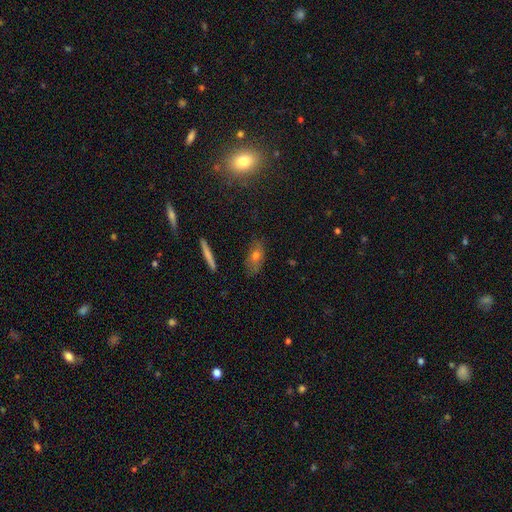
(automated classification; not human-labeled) smooth-or-featured: smooth: 62% | featured or disk: 26% | star or artifact: 11%
  how-rounded: in between: 76% | cigar-shaped: 17% | round: 7%
  merging: none: 76% | minor disturbance: 18% | major disturbance: 4% | merger: 2%